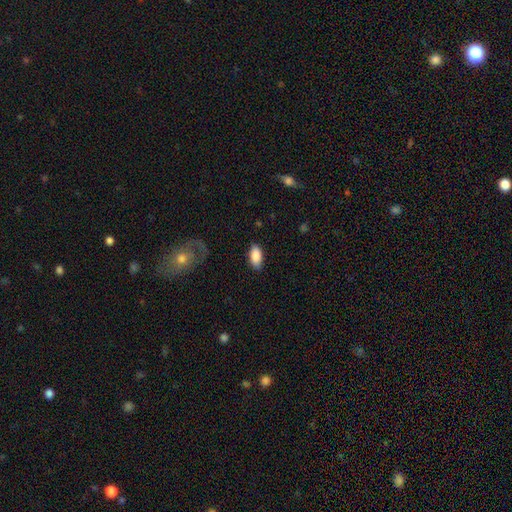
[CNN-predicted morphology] The model was most divided on "merging": none: 83%, minor disturbance: 12%, major disturbance: 3%, merger: 1%. More confident: how rounded — in between (93%); smooth or featured — smooth (87%).